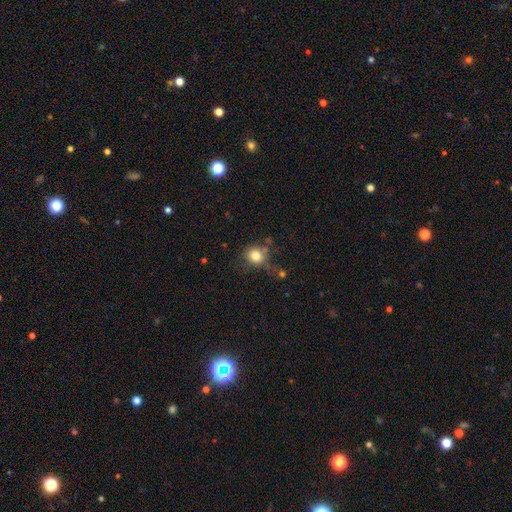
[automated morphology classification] This is clearly a smooth galaxy (80%). How rounded: clearly round (82%). Merging: likely none (63%).